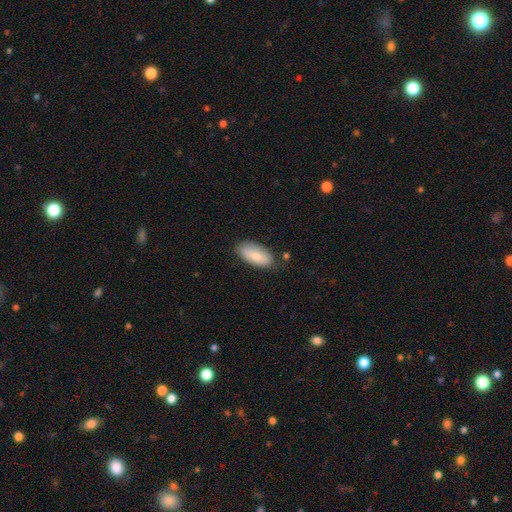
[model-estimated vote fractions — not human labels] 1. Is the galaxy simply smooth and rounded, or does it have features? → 83% smooth, 11% featured or disk, 6% star or artifact.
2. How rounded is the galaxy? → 87% in between, 11% cigar-shaped, 2% round.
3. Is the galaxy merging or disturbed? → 79% none, 15% minor disturbance, 3% major disturbance, 2% merger.